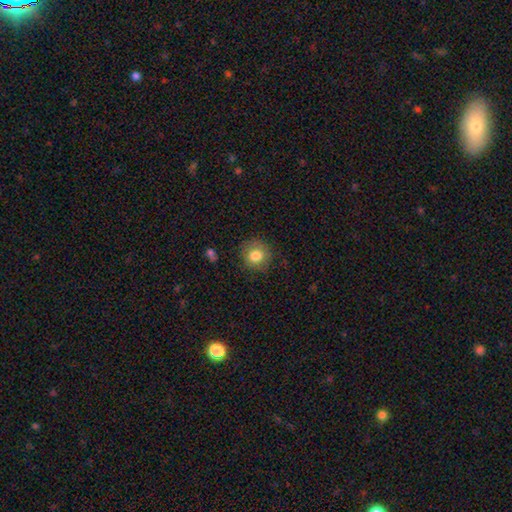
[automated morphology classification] A smooth galaxy with no disk features (81%) that is round (88%). Merging: none (83%).